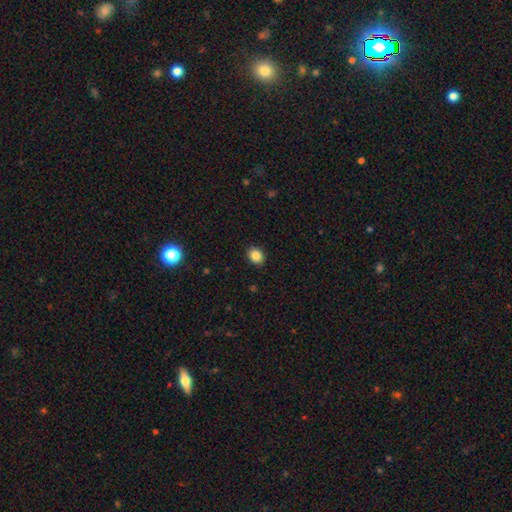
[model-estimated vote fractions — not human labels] This appears to be a smooth galaxy with no disk features (86%) that is in between round and cigar-shaped (54%). Merging: none (90%).